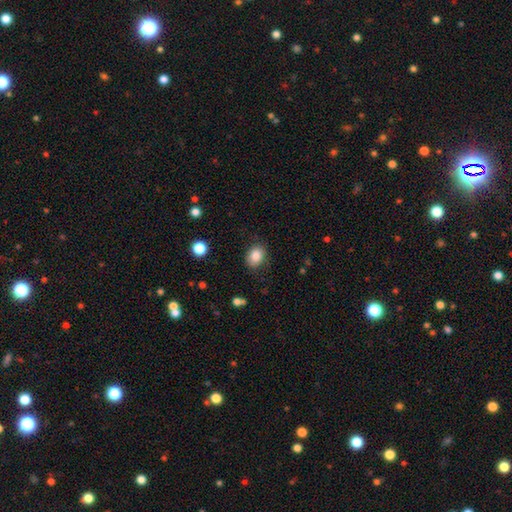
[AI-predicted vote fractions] Overall: smooth (85%). How rounded: in between (59%; round 40%). Merging: none (82%).